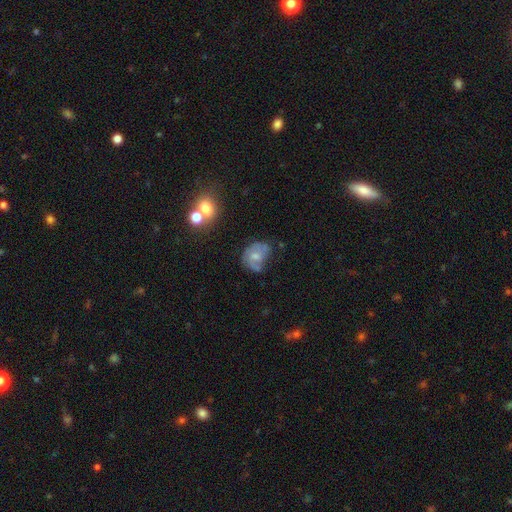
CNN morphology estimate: smooth_or_featured: featured or disk (p=0.56) [alt: smooth p=0.35]
disk_edge_on: no (p=0.97) [alt: yes p=0.03]
bar: no (p=0.68) [alt: weak p=0.28]
has_spiral_arms: yes (p=0.75) [alt: no p=0.25]
bulge_size: moderate (p=0.48) [alt: small p=0.38]
merging: none (p=0.43) [alt: minor disturbance p=0.30]